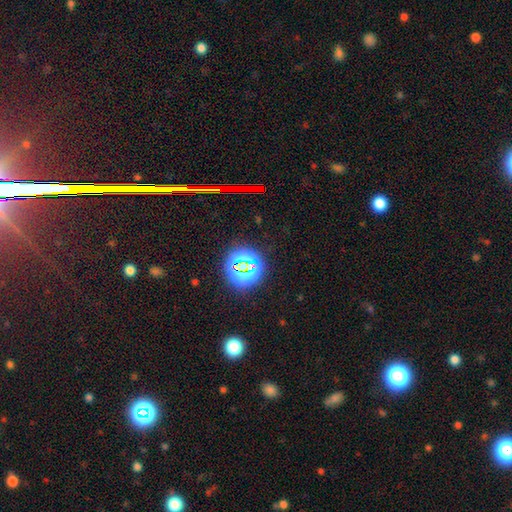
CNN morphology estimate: Smooth or featured? Predicted: star or artifact (p=0.76).